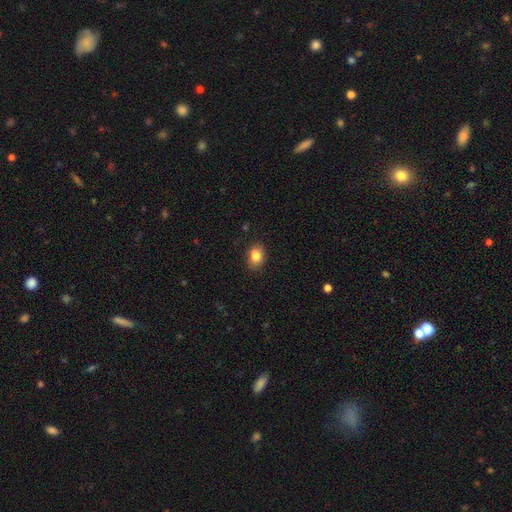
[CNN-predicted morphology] Smooth or featured? smooth (83%)
How rounded? in between (68%)
Merging? none (83%)